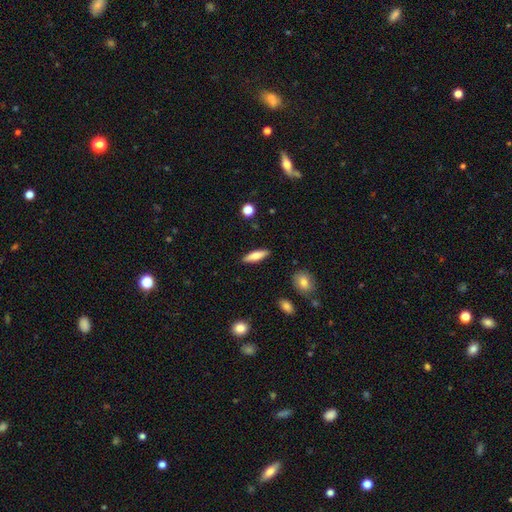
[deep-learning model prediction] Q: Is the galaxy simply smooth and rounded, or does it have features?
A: smooth — 65%.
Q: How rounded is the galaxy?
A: cigar-shaped — 60%.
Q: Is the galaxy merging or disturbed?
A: none — 89%.